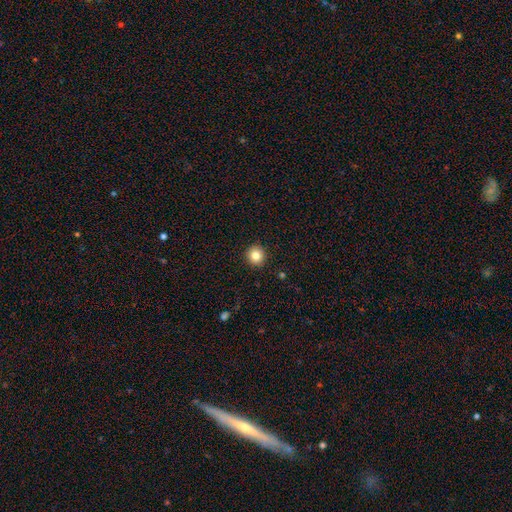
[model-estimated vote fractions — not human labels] Morphology: type=smooth (83%); roundness=round (94%); merging=none (93%).